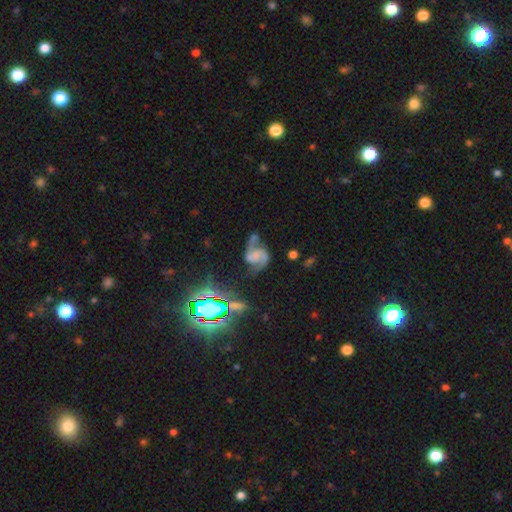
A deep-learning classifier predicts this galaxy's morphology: smooth-or-featured: featured or disk: 79% | smooth: 10% | star or artifact: 10%
  disk-edge-on: no: 98% | yes: 2%
    bar: no: 49% | weak: 34% | strong: 16%
    has-spiral-arms: yes: 95% | no: 5%
      spiral-winding: loose: 49% | medium: 40% | tight: 10%
      spiral-arm-count: 2: 91% | 1: 3% | can't tell: 3% | 3: 1% | 4: 1% | more than 4: 1%
    bulge-size: none: 63% | small: 17% | moderate: 11% | large: 6% | dominant: 2%
  merging: none: 52% | minor disturbance: 21% | major disturbance: 17% | merger: 10%